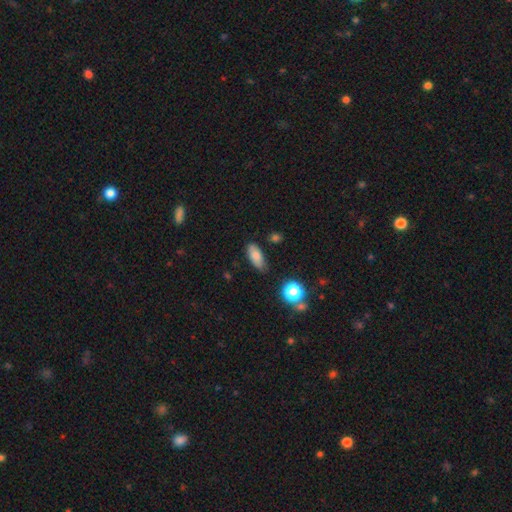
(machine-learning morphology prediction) This appears to be a smooth galaxy with no disk features (81%) that is in between round and cigar-shaped (81%). Merging: none (77%).